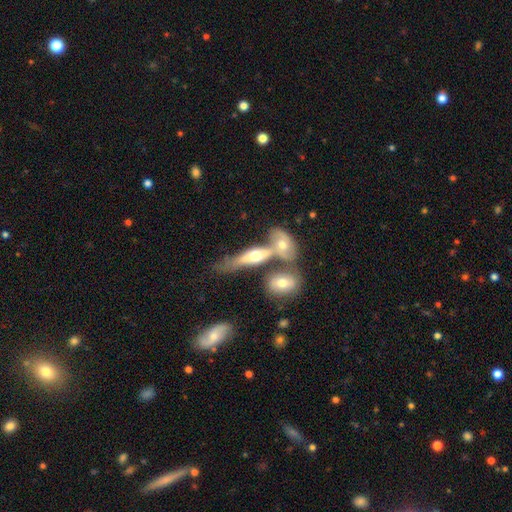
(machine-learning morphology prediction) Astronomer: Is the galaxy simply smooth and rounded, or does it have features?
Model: featured or disk — 50% (runner-up: smooth, 42%).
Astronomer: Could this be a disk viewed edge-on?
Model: yes — 68%.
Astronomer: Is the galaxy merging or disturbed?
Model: merger — 45% (runner-up: none, 32%).